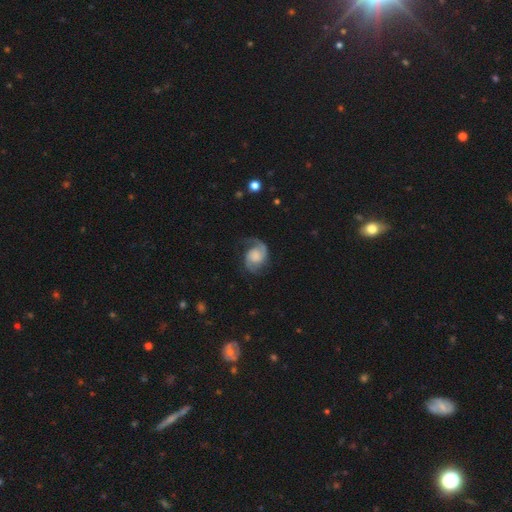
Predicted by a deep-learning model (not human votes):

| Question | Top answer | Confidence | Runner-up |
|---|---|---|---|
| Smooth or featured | featured or disk | 85% | smooth (10%) |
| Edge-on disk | no | 98% | yes (2%) |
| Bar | no | 63% | weak (31%) |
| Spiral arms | yes | 97% | no (3%) |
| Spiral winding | medium | 49% | loose (28%) |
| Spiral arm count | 2 | 86% | 1 (8%) |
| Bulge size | none | 34% | large (23%) |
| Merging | none | 68% | minor disturbance (19%) |